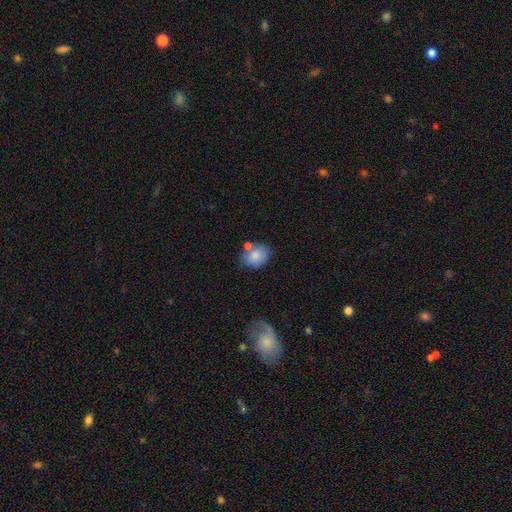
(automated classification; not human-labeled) smooth 80%, featured or disk 12%, star or artifact 8%. Down the decision tree: how rounded — in between (52%); merging — none (57%).